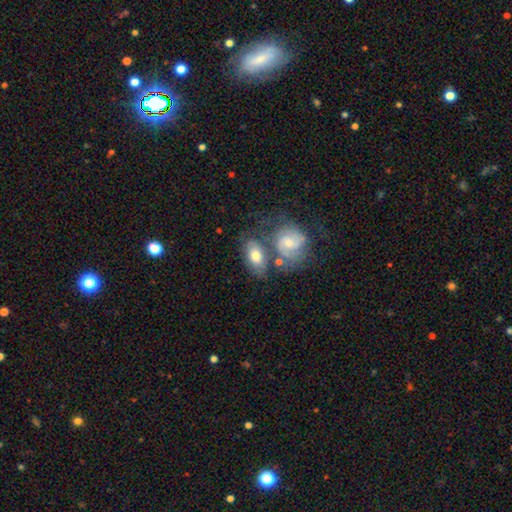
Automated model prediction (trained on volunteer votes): Overall: smooth (51%; featured or disk 42%). How rounded: in between (86%). Merging: none (45%; merger 30%).